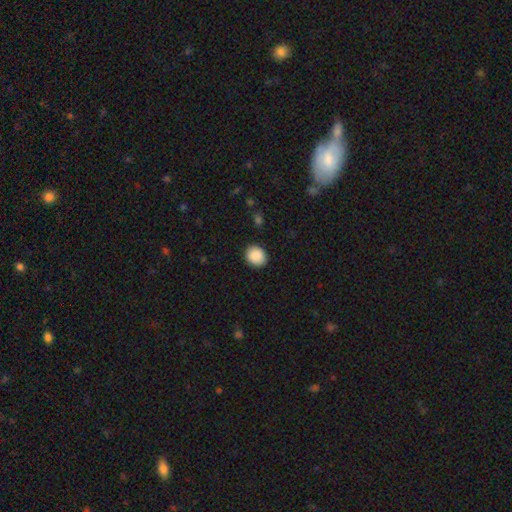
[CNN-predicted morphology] Smooth or featured: smooth — 90% (star or artifact — 7%)
How rounded: round — 71% (in between — 28%)
Merging: none — 89% (minor disturbance — 8%)